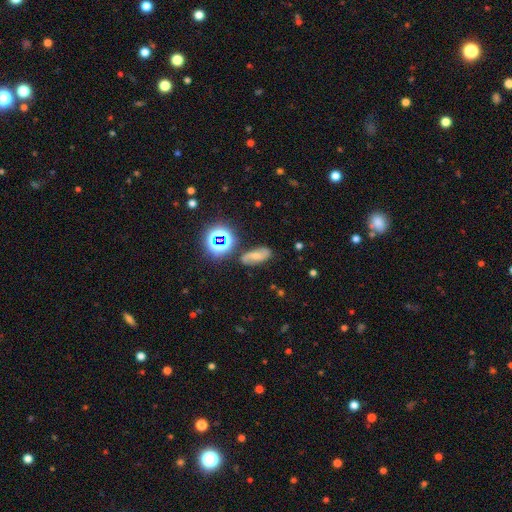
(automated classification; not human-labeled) smooth-or-featured: featured or disk: 46% | smooth: 33% | star or artifact: 21%
  merging: none: 74% | minor disturbance: 16% | major disturbance: 5% | merger: 4%